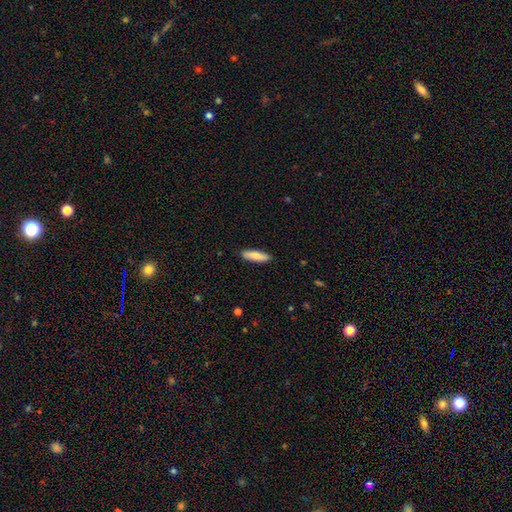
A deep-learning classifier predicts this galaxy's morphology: The model was most divided on "how rounded": cigar-shaped: 65%, in between: 34%, round: 2%. More confident: merging — none (89%); smooth or featured — smooth (77%).